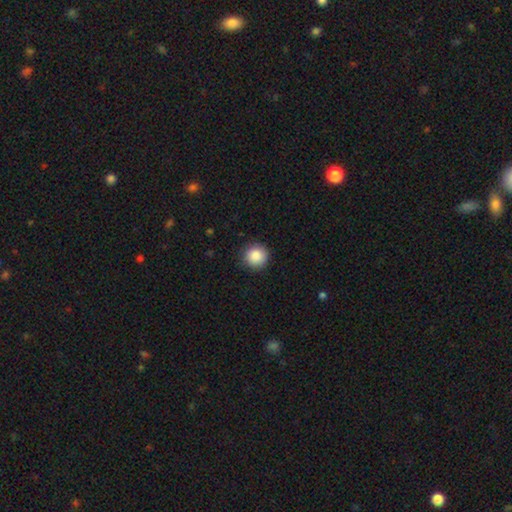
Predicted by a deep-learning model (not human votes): smooth-or-featured: smooth: 87% | star or artifact: 9% | featured or disk: 4%
  how-rounded: round: 95% | in between: 4% | cigar-shaped: 1%
  merging: none: 89% | minor disturbance: 8% | major disturbance: 2% | merger: 1%